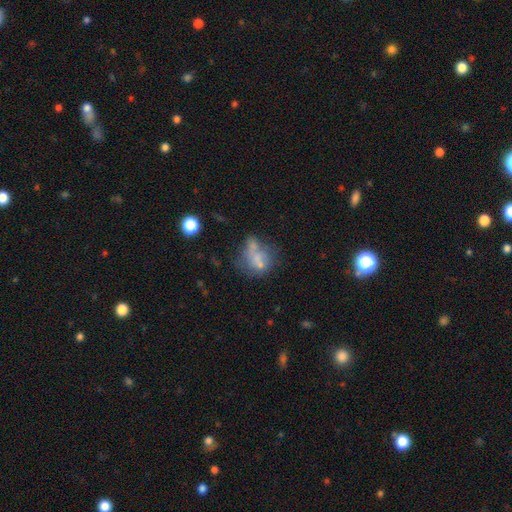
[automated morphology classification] smooth 50%, featured or disk 36%, star or artifact 14%. Down the decision tree: how rounded — in between (53%); merging — merger (32%).